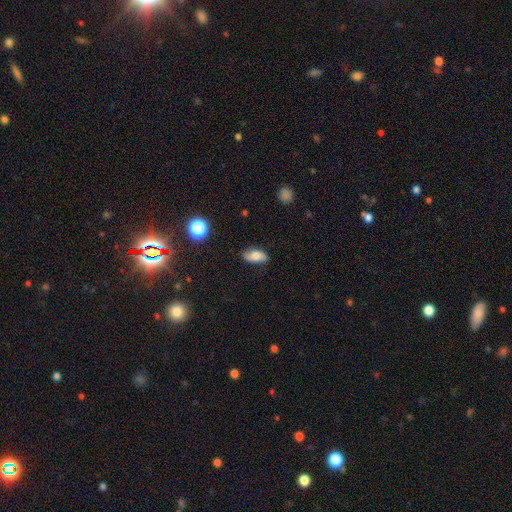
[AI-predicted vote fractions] A smooth galaxy with no disk features (73%) that is in between round and cigar-shaped (89%). Merging: none (78%).